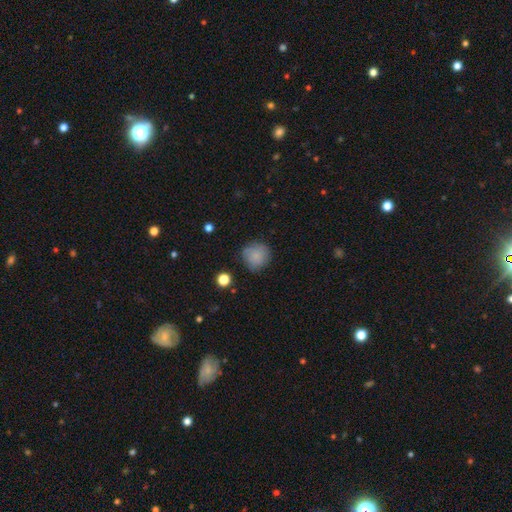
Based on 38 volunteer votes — This is likely a smooth galaxy (79%). How rounded: clearly round (93%). Merging: likely none (72%).